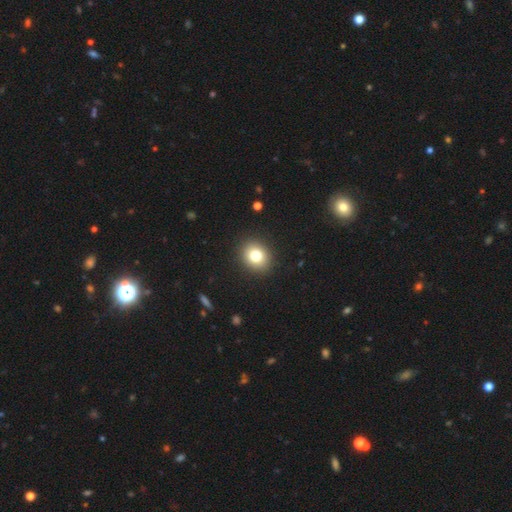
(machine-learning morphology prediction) type=smooth (79%); roundness=round (72%); merging=none (91%).